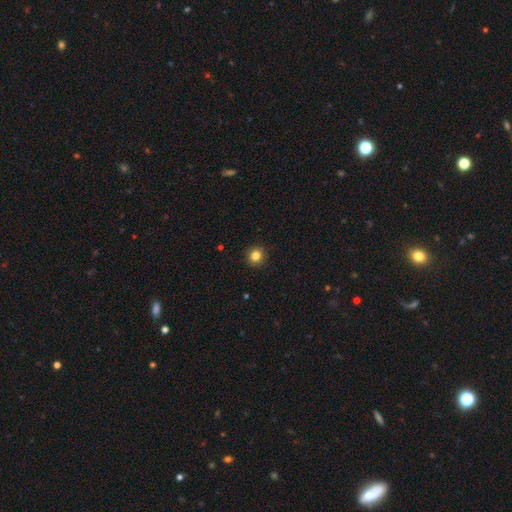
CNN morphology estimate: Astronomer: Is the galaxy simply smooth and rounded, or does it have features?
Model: smooth — 84%.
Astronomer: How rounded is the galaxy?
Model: round — 91%.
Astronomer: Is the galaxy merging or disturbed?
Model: none — 93%.